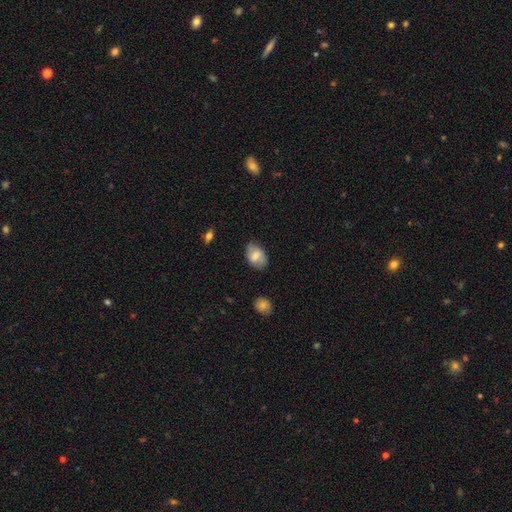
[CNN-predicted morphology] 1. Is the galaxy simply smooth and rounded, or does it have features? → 69% smooth, 24% featured or disk, 7% star or artifact.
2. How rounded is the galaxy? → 86% in between, 13% round, 1% cigar-shaped.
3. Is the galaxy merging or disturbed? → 78% none, 17% minor disturbance, 3% major disturbance, 1% merger.